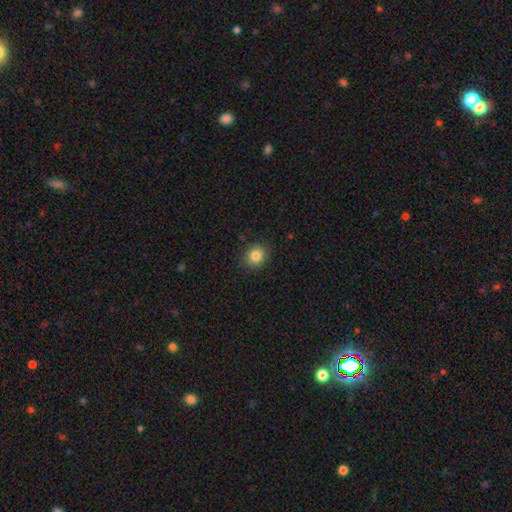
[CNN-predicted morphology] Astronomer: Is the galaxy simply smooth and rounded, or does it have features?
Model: smooth — 83%.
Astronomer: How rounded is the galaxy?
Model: round — 75%.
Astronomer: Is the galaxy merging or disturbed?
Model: none — 90%.